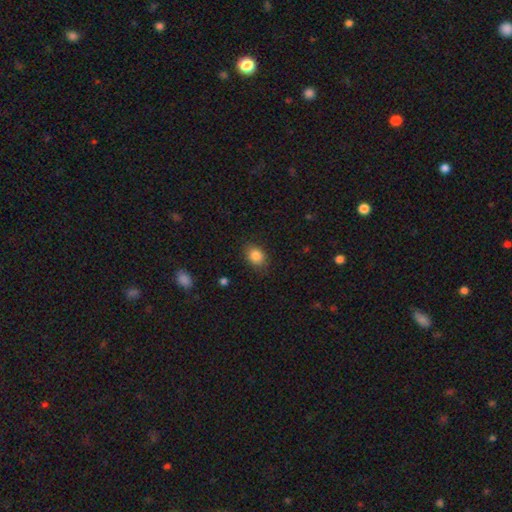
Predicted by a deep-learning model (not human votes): A smooth galaxy with no disk features (86%) that is in between round and cigar-shaped (66%).

Vote fractions:
- Smooth or featured? smooth: 86% / star or artifact: 9% / featured or disk: 5%
- How rounded? in between: 66% / round: 33% / cigar-shaped: 1%
- Merging? none: 83% / minor disturbance: 12% / major disturbance: 3% / merger: 1%